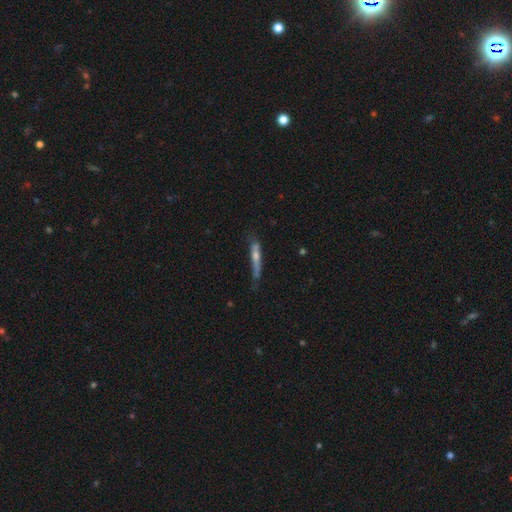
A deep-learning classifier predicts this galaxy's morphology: This is possibly a featured or disk galaxy (49%). Merging: possibly none (58%).